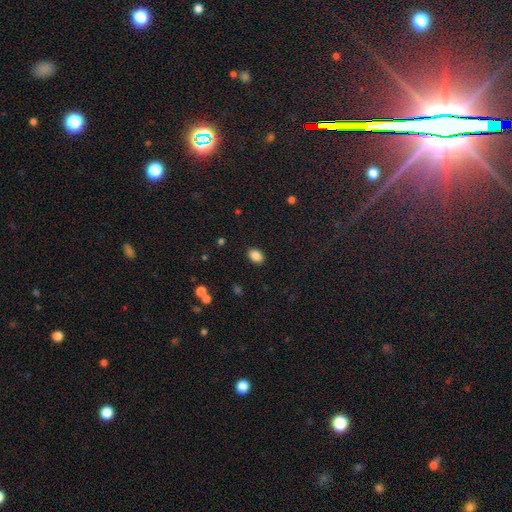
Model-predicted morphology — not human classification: Smooth or featured? Predicted: smooth (p=0.87). How rounded? Predicted: in between (p=0.80). Merging? Predicted: none (p=0.88).